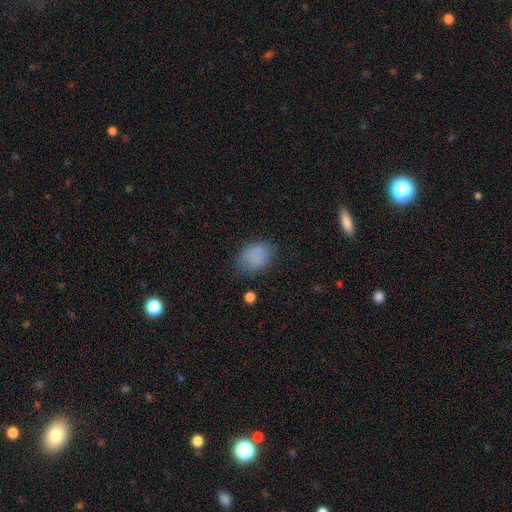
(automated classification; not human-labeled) A smooth galaxy with no disk features (81%) that is in between round and cigar-shaped (72%).

Vote fractions:
- Smooth or featured? smooth: 81% / star or artifact: 10% / featured or disk: 9%
- How rounded? in between: 72% / round: 27% / cigar-shaped: 1%
- Merging? none: 69% / minor disturbance: 22% / major disturbance: 7% / merger: 2%